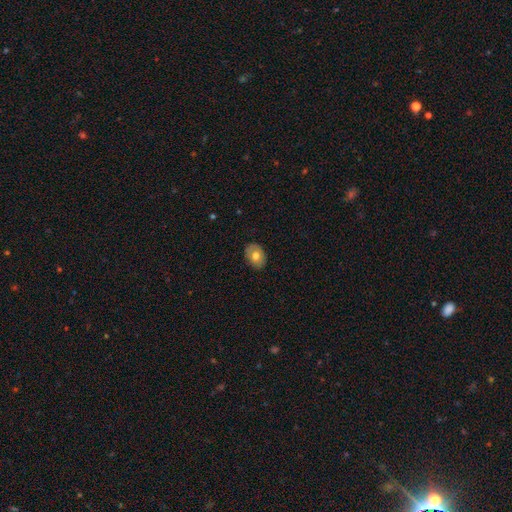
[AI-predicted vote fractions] A smooth galaxy with no disk features (70%) that is in between round and cigar-shaped (73%). Merging: none (86%).